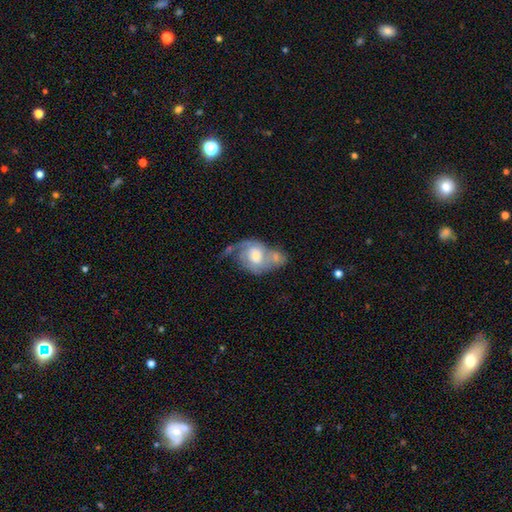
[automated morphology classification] The model was most divided on "spiral winding": medium: 42%, tight: 30%, loose: 28%. Remaining: edge-on disk — no (97%); spiral arms — yes (84%); smooth or featured — featured or disk (67%); bar — no (65%); spiral arm count — 2 (60%); bulge size — moderate (58%); merging — merger (46%).